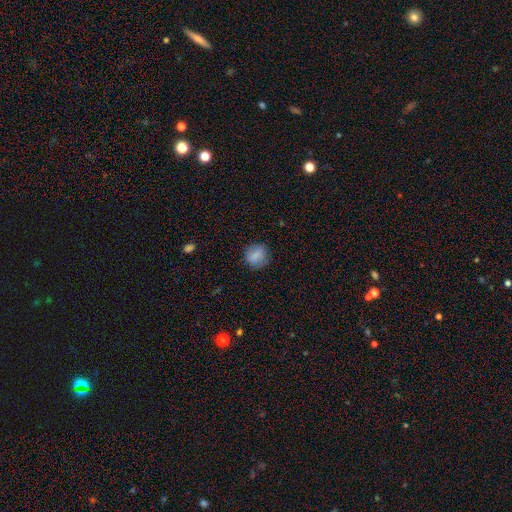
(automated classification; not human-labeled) smooth_or_featured: smooth (p=0.81) [alt: featured or disk p=0.10]
how_rounded: round (p=0.75) [alt: in between p=0.23]
merging: none (p=0.81) [alt: minor disturbance p=0.14]